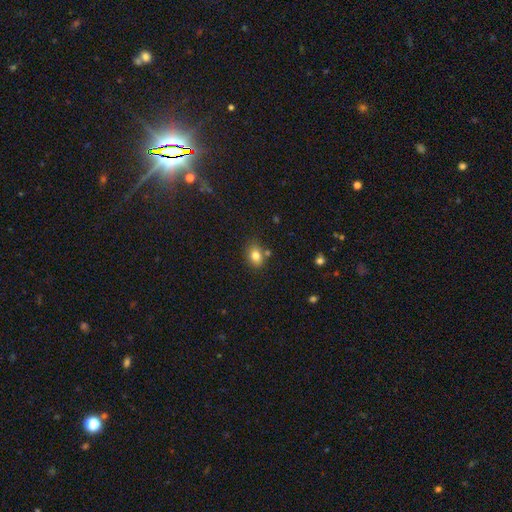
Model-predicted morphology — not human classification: This is clearly a smooth galaxy (82%). How rounded: likely in between (65%). Merging: likely none (73%).